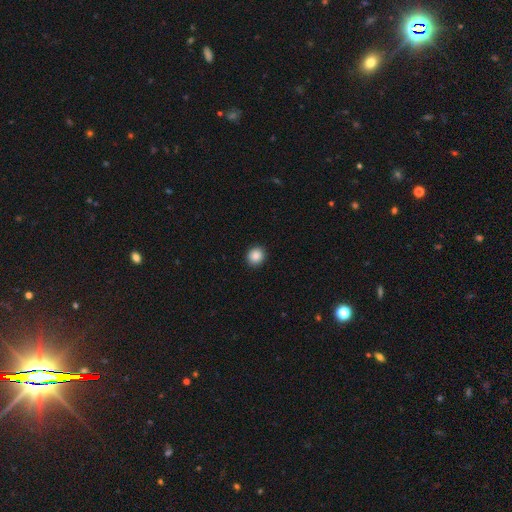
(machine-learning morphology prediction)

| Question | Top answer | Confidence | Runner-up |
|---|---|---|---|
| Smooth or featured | smooth | 88% | star or artifact (9%) |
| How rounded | round | 87% | in between (12%) |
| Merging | none | 92% | minor disturbance (5%) |